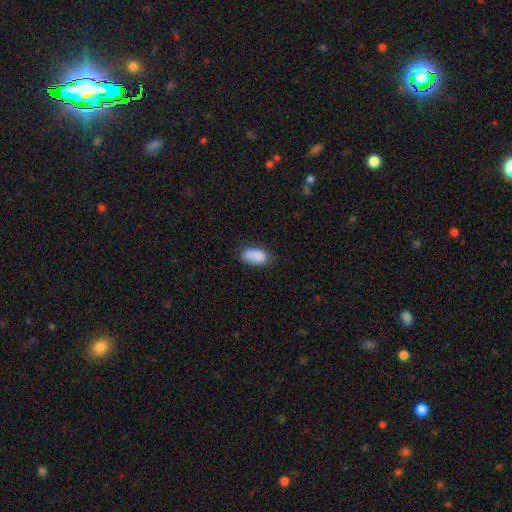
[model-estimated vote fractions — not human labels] smooth 88%, star or artifact 8%, featured or disk 4%. Down the decision tree: how rounded — in between (93%); merging — none (76%).